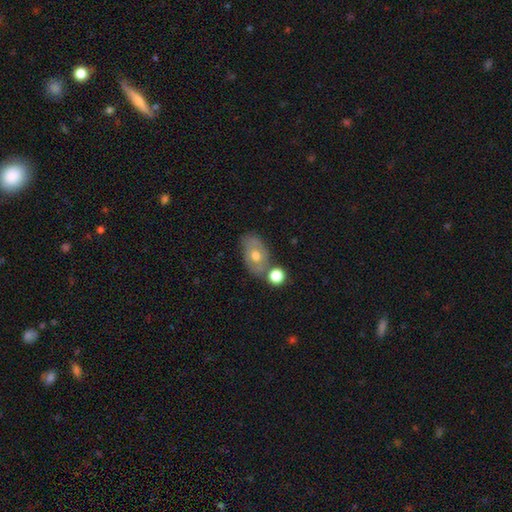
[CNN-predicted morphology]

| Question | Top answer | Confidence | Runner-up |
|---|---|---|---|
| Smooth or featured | smooth | 54% | featured or disk (37%) |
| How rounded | in between | 82% | round (16%) |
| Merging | none | 57% | merger (22%) |